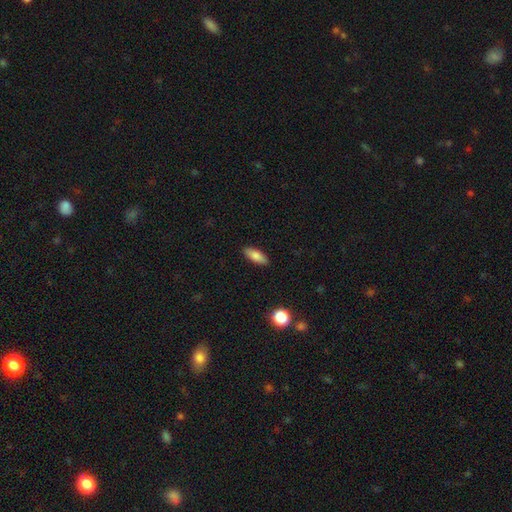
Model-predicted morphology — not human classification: Q: Smooth or featured?
A: smooth (81%); runner-up: featured or disk (12%)
Q: How rounded?
A: in between (73%); runner-up: cigar-shaped (24%)
Q: Merging?
A: none (89%); runner-up: minor disturbance (8%)